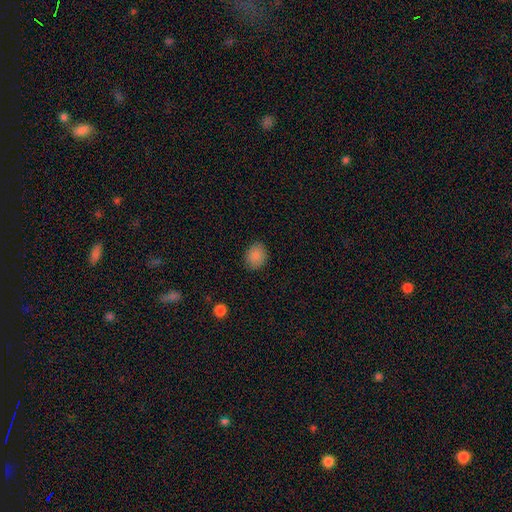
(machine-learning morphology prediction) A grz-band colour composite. It shows a smooth galaxy with no disk features (87%) that is round (56%). Merging: none (87%).